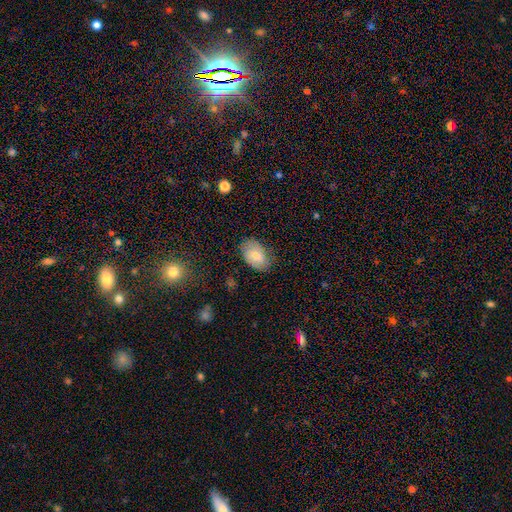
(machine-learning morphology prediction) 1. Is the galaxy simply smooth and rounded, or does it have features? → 70% smooth, 23% featured or disk, 8% star or artifact.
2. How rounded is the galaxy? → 91% in between, 8% round, 1% cigar-shaped.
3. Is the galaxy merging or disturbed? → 76% none, 19% minor disturbance, 4% major disturbance, 1% merger.